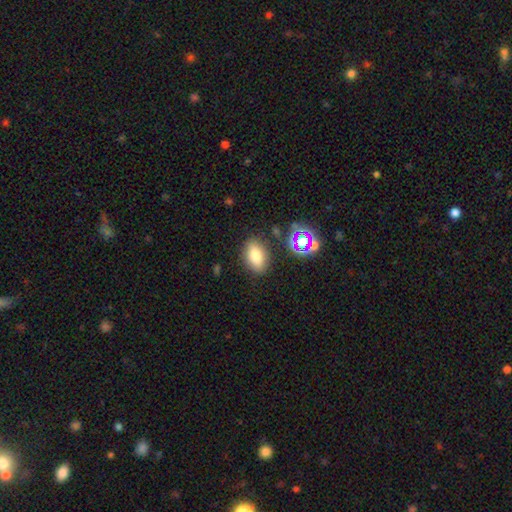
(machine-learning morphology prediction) A smooth galaxy with no disk features (75%) that is in between round and cigar-shaped (84%).

Vote fractions:
- Smooth or featured? smooth: 75% / star or artifact: 13% / featured or disk: 12%
- How rounded? in between: 84% / round: 12% / cigar-shaped: 4%
- Merging? none: 82% / minor disturbance: 11% / major disturbance: 4% / merger: 3%